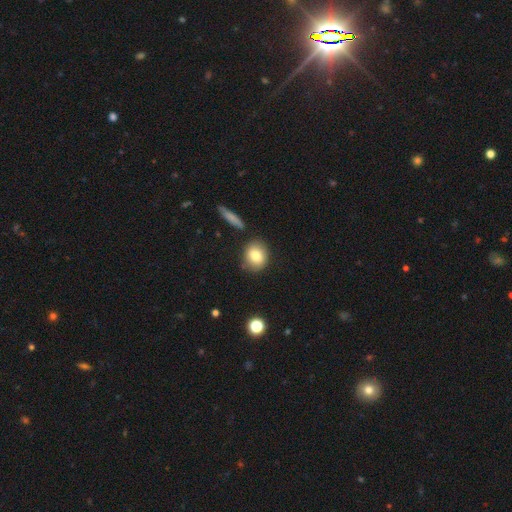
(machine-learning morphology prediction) smooth_or_featured: smooth (p=0.80) [alt: featured or disk p=0.11]
how_rounded: round (p=0.67) [alt: in between p=0.31]
merging: none (p=0.78) [alt: minor disturbance p=0.13]